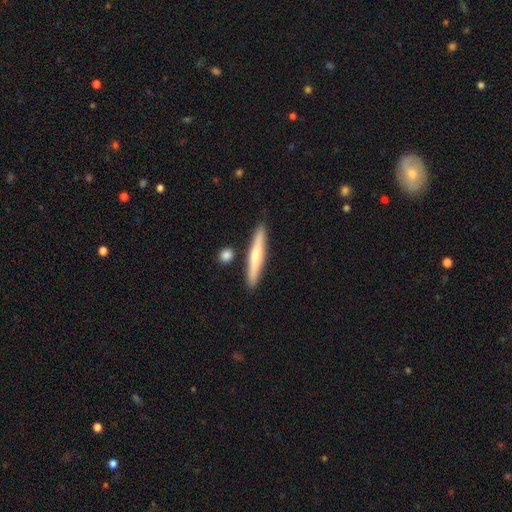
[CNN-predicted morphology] The model was most divided on "smooth or featured": smooth: 53%, featured or disk: 41%, star or artifact: 6%. More confident: how rounded — cigar-shaped (94%); merging — none (86%).